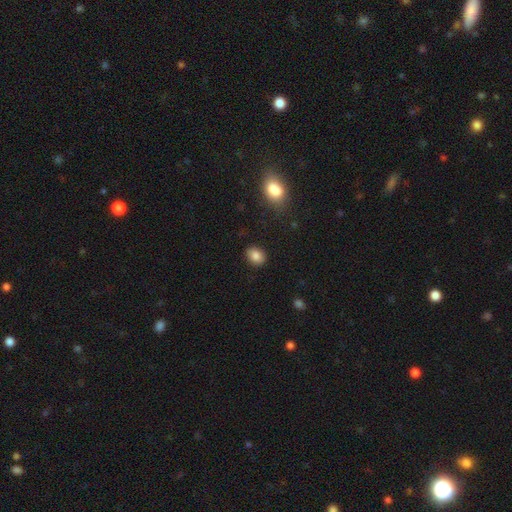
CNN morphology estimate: Smooth or featured?
  - smooth: 84% *
  - star or artifact: 10%
  - featured or disk: 6%
How rounded?
  - in between: 59% *
  - round: 40%
  - cigar-shaped: 1%
Merging?
  - none: 88% *
  - minor disturbance: 9%
  - major disturbance: 2%
  - merger: 1%